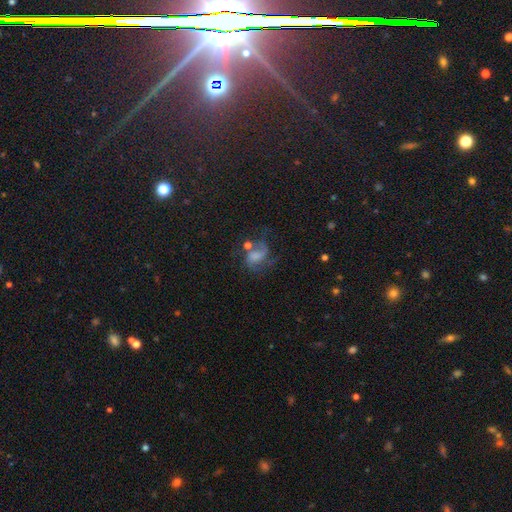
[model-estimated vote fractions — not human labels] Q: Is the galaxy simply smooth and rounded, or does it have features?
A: featured or disk — 54%.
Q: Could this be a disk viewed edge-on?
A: no — 98%.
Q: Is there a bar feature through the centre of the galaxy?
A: no — 58%.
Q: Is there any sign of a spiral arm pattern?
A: yes — 82%.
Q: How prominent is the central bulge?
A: none — 33%.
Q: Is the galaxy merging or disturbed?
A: none — 35%.